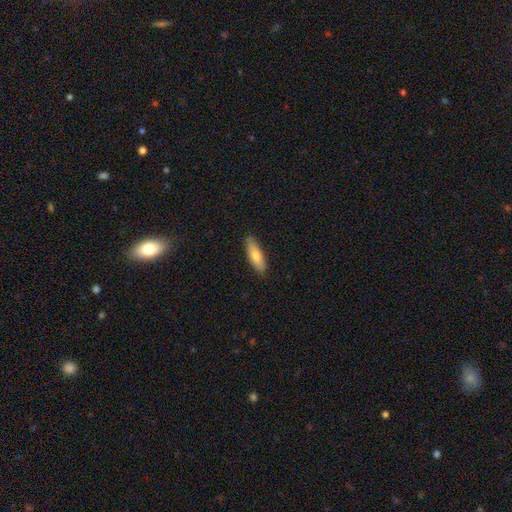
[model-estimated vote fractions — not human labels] Q: Smooth or featured?
A: smooth (74%); runner-up: featured or disk (20%)
Q: How rounded?
A: in between (49%); tied with: cigar-shaped (49%)
Q: Merging?
A: none (88%); runner-up: minor disturbance (9%)